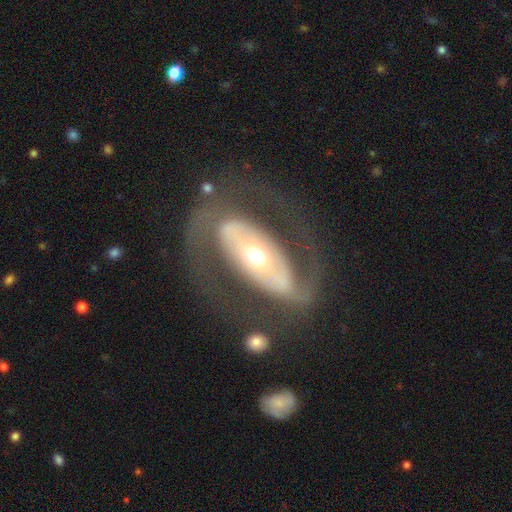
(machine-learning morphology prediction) This is clearly a featured or disk galaxy (83%). It is clearly not viewed edge-on (94%). Bar: marginally strong (40%). Spiral arm pattern: likely yes (73%). Spiral arm count: clearly 2 (84%). Spiral winding: marginally medium (44%). Central bulge: likely moderate (66%). Merging: likely none (68%).